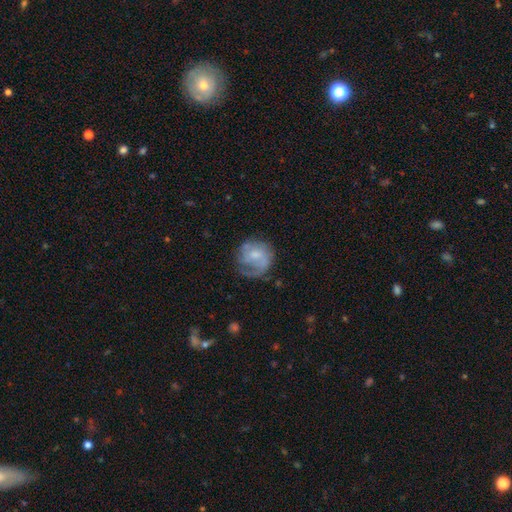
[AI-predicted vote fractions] The model was most divided on "bulge size" (2-way tie): small: 39%, moderate: 39%, none: 16%, large: 5%, dominant: 1%. More confident: edge-on disk — no (98%); spiral arms — yes (76%); smooth or featured — featured or disk (59%); bar — no (58%); merging — none (51%).